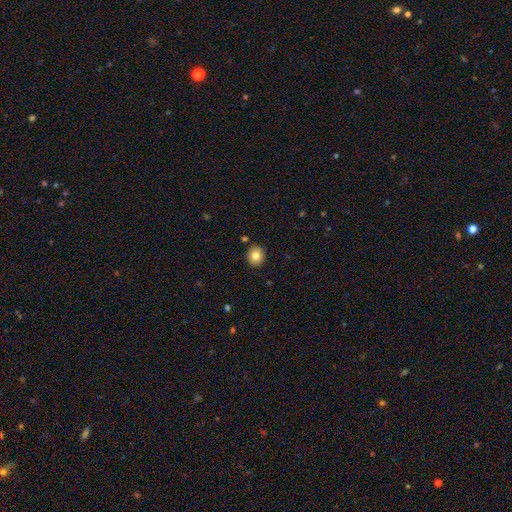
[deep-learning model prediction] The model was most divided on "how rounded": round: 84%, in between: 15%, cigar-shaped: 1%. More confident: merging — none (90%); smooth or featured — smooth (82%).